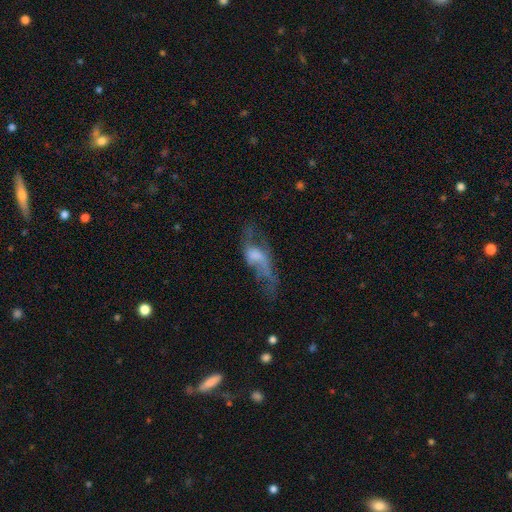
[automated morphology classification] This is possibly a featured or disk galaxy (58%). It is clearly not viewed edge-on (84%). Merging: marginally major disturbance (40%).